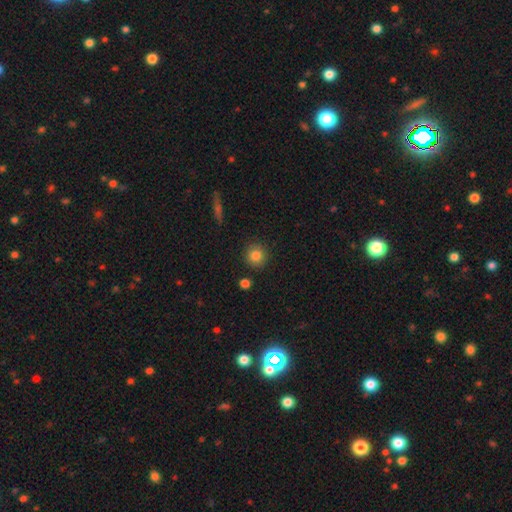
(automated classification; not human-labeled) Overall: smooth (84%). How rounded: round (93%). Merging: none (89%).